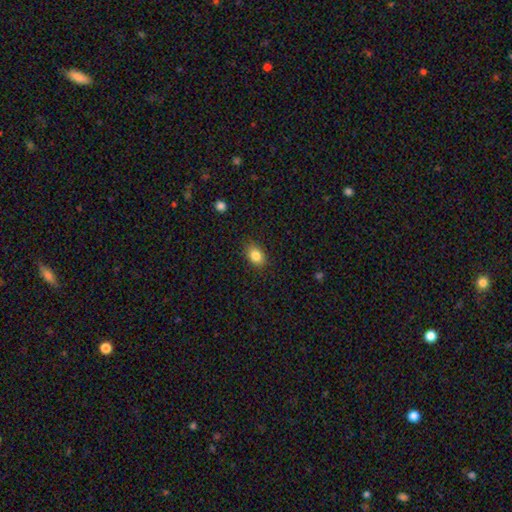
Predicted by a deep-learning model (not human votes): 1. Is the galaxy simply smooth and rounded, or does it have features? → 84% smooth, 9% star or artifact, 6% featured or disk.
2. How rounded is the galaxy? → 76% in between, 23% round, 1% cigar-shaped.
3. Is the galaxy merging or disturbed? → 87% none, 10% minor disturbance, 2% major disturbance, 1% merger.